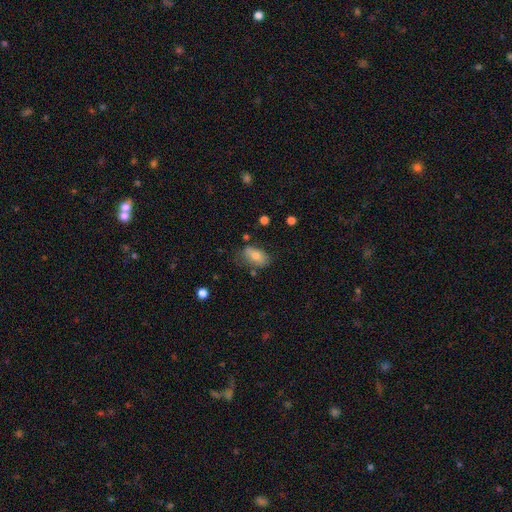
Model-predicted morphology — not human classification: This appears to be a smooth galaxy with no disk features (70%) that is in between round and cigar-shaped (87%). Merging: none (55%).